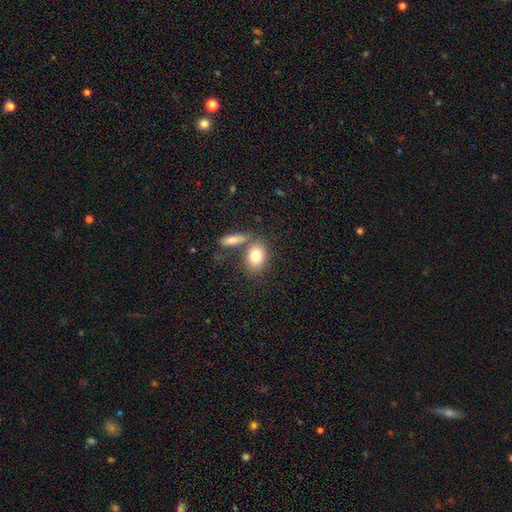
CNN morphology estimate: smooth-or-featured: smooth: 80% | featured or disk: 13% | star or artifact: 8%
  how-rounded: in between: 69% | round: 29% | cigar-shaped: 2%
  merging: none: 58% | merger: 27% | minor disturbance: 11% | major disturbance: 4%